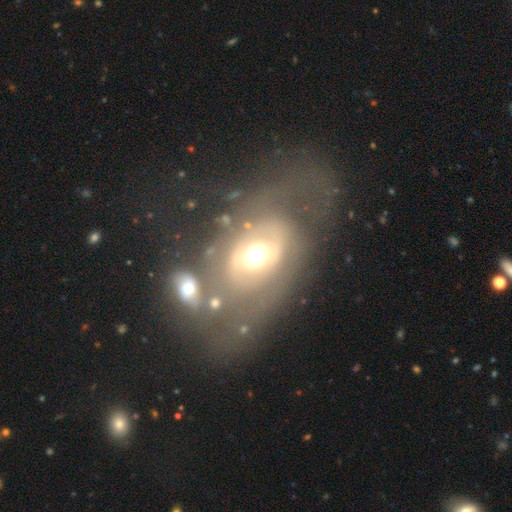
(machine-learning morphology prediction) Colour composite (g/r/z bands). It shows a featured or disk galaxy (68%) with no bar (60%), no spiral arms (55%) and a moderate central bulge (66%). Merging: none (43%).